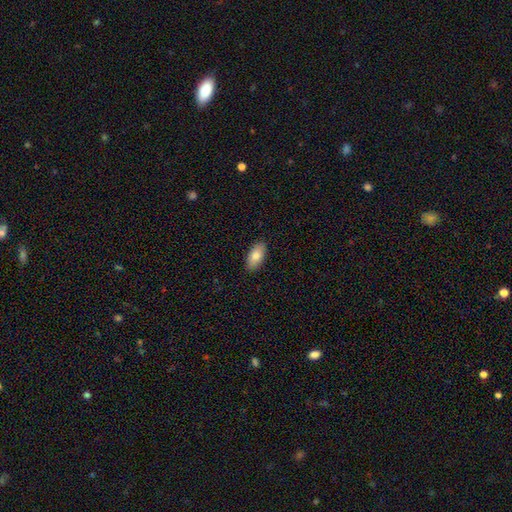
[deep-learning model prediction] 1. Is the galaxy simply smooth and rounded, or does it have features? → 81% smooth, 13% featured or disk, 6% star or artifact.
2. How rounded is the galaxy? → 92% in between, 5% cigar-shaped, 2% round.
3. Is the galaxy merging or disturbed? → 89% none, 8% minor disturbance, 2% major disturbance, 1% merger.